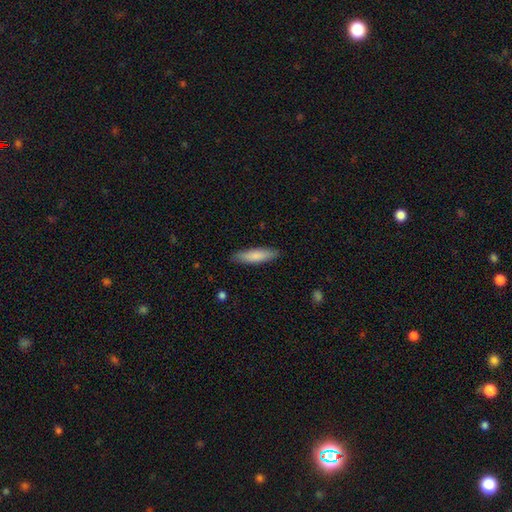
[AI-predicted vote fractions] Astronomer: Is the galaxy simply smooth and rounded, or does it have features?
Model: smooth — 81%.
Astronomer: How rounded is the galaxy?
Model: cigar-shaped — 72%.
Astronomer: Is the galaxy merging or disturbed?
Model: none — 87%.